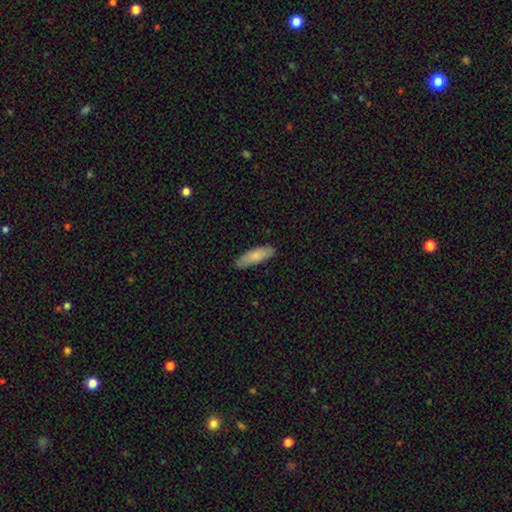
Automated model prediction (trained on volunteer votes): Smooth or featured? Predicted: smooth (p=0.82). How rounded? Predicted: cigar-shaped (p=0.51). Merging? Predicted: none (p=0.84).